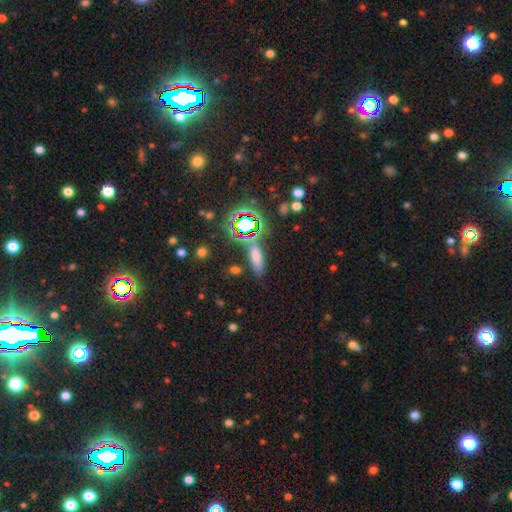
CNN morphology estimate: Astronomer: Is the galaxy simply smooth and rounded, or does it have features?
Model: smooth — 64%.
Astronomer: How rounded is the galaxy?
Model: in between — 52% (runner-up: cigar-shaped, 41%).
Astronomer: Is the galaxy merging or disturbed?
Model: none — 68%.